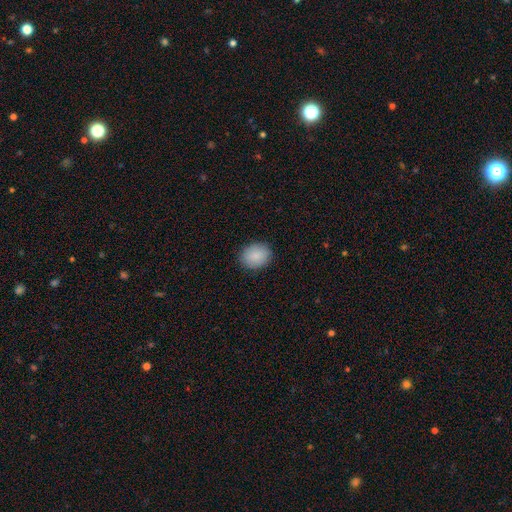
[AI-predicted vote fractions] This is clearly a smooth galaxy (88%). How rounded: possibly in between (50%). Merging: clearly none (88%).